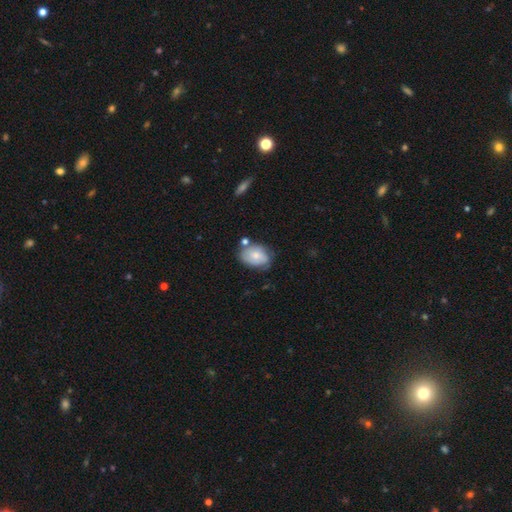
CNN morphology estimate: smooth_or_featured: smooth (p=0.54) [alt: featured or disk p=0.39]
how_rounded: in between (p=0.79) [alt: round p=0.20]
merging: none (p=0.56) [alt: minor disturbance p=0.27]